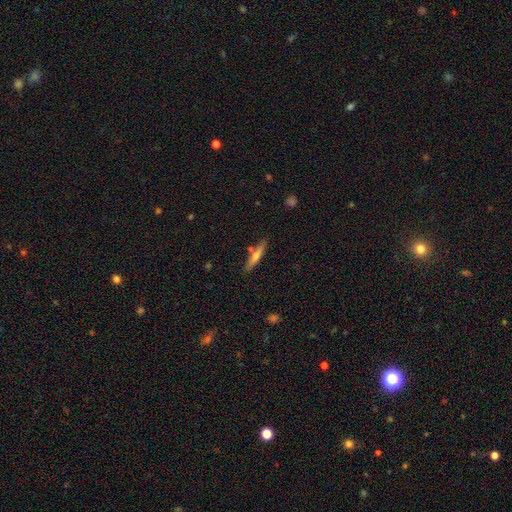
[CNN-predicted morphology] A smooth galaxy with no disk features (50%) that is cigar-shaped (89%).

Vote fractions:
- Smooth or featured? smooth: 50% / featured or disk: 44% / star or artifact: 6%
- How rounded? cigar-shaped: 89% / in between: 10% / round: 2%
- Merging? none: 81% / minor disturbance: 11% / merger: 6% / major disturbance: 2%